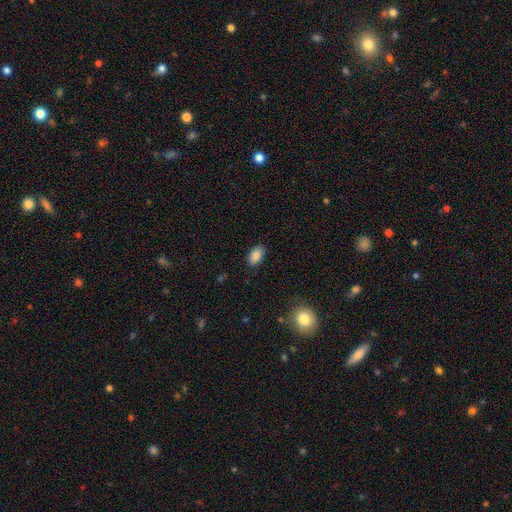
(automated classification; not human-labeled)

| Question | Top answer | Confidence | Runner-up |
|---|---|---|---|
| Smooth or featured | smooth | 85% | star or artifact (8%) |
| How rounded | in between | 91% | round (7%) |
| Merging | none | 85% | minor disturbance (12%) |